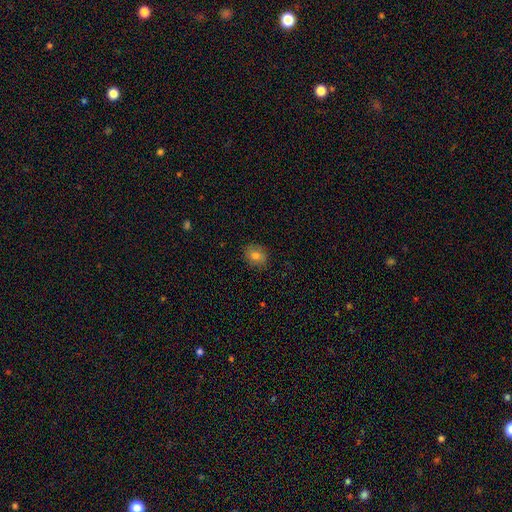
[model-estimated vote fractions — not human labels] This is likely a smooth galaxy (79%). How rounded: likely round (63%). Merging: clearly none (86%).